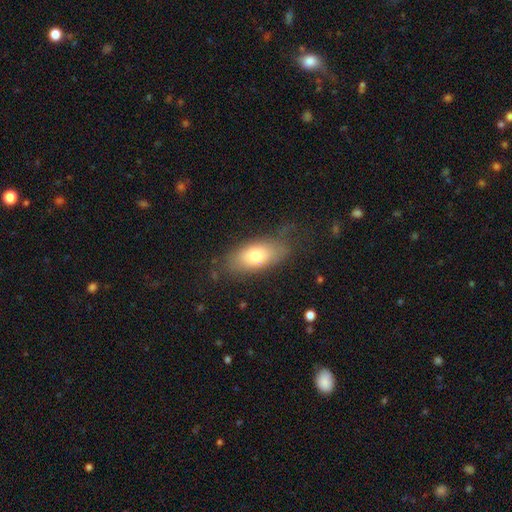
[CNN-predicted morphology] This is likely a smooth galaxy (74%). How rounded: clearly in between (87%). Merging: likely none (68%).